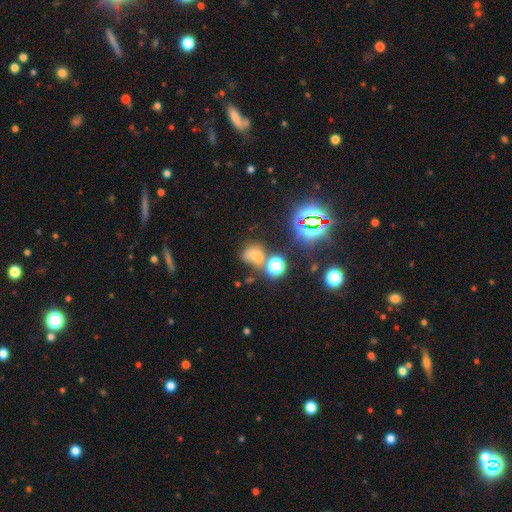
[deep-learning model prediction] smooth_or_featured: smooth (p=0.53) [alt: star or artifact p=0.35]
how_rounded: in between (p=0.50) [alt: round p=0.48]
merging: none (p=0.40) [alt: merger p=0.30]